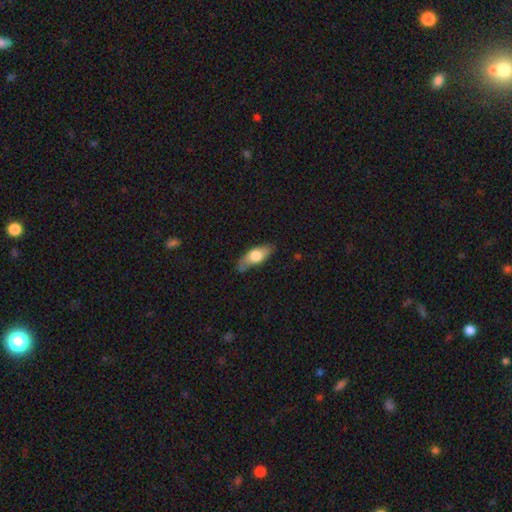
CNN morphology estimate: smooth-or-featured: smooth: 68% | featured or disk: 26% | star or artifact: 6%
  how-rounded: in between: 72% | cigar-shaped: 25% | round: 3%
  merging: none: 67% | minor disturbance: 25% | major disturbance: 5% | merger: 3%